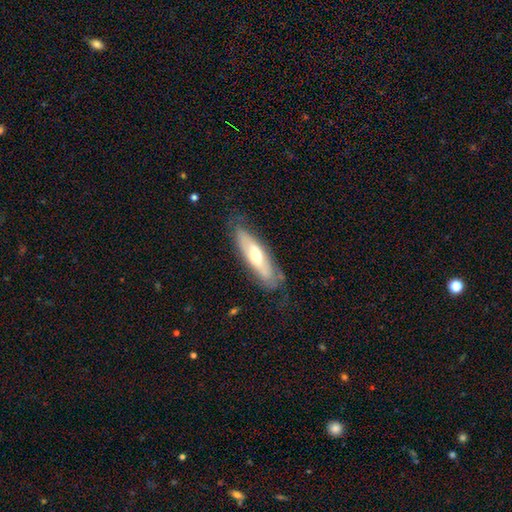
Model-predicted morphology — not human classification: Overall: featured or disk (51%; smooth 43%). Edge-on disk: no (56%; yes 44%). Merging: none (70%).